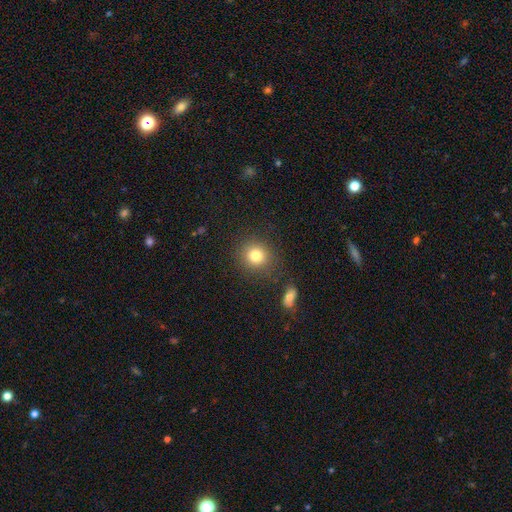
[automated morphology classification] smooth-or-featured: smooth: 81% | star or artifact: 11% | featured or disk: 7%
  how-rounded: round: 85% | in between: 14% | cigar-shaped: 1%
  merging: none: 84% | minor disturbance: 9% | merger: 4% | major disturbance: 4%